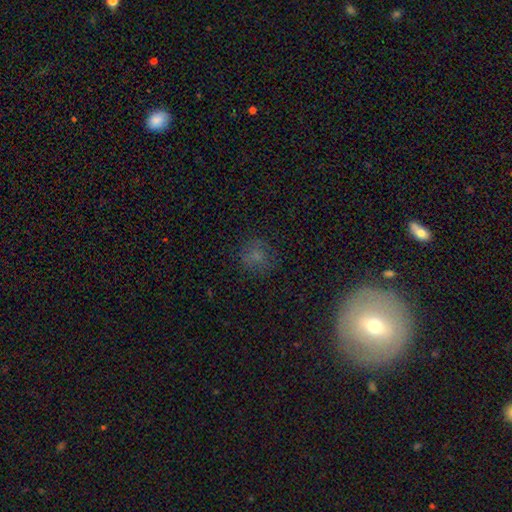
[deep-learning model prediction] This appears to be a smooth galaxy with no disk features (65%) that is round (85%). Merging: none (78%).